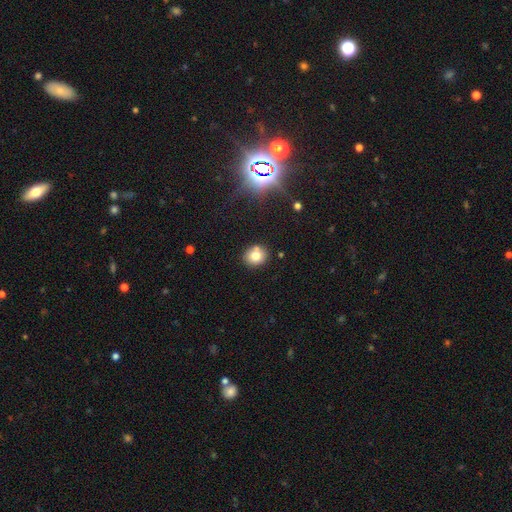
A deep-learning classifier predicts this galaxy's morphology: This appears to be a smooth galaxy with no disk features (77%) that is round (77%). Merging: none (76%).